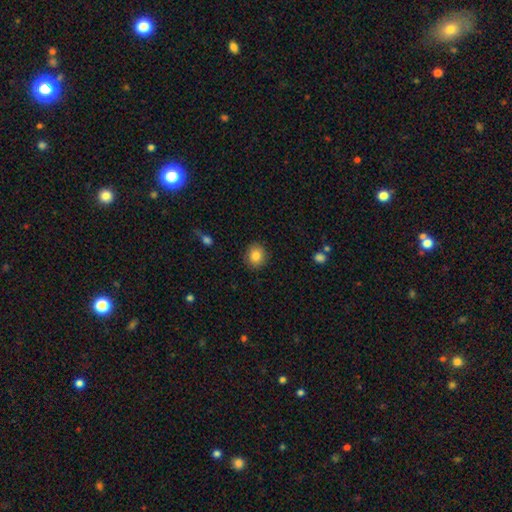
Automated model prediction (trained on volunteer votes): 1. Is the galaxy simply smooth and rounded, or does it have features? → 85% smooth, 9% star or artifact, 6% featured or disk.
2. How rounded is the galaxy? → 74% round, 25% in between, 1% cigar-shaped.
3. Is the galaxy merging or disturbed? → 89% none, 8% minor disturbance, 2% major disturbance, 1% merger.